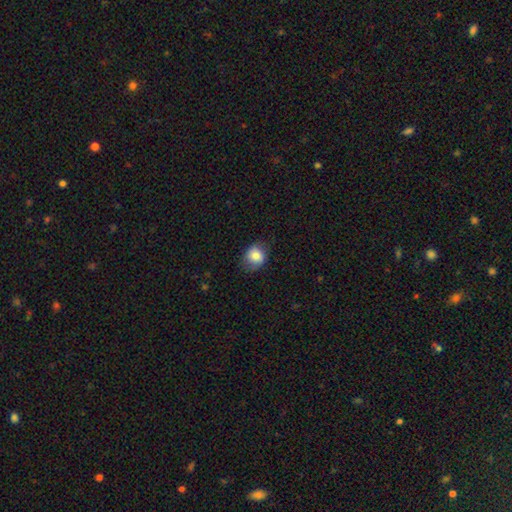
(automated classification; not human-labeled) Smooth or featured: smooth — 79% (featured or disk — 12%)
How rounded: round — 59% (in between — 40%)
Merging: none — 71% (minor disturbance — 22%)